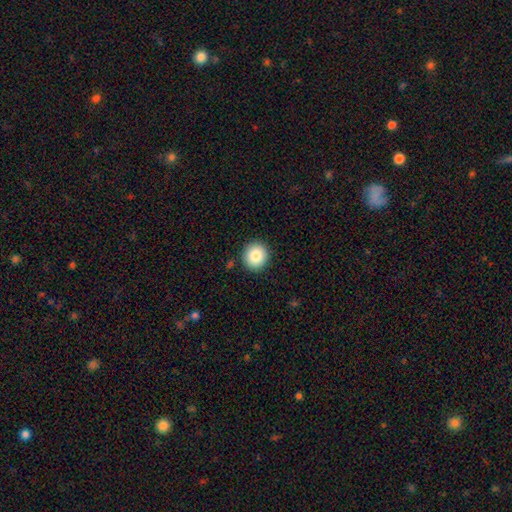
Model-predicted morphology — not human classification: smooth_or_featured: smooth (p=0.85) [alt: star or artifact p=0.09]
how_rounded: round (p=0.90) [alt: in between p=0.09]
merging: none (p=0.91) [alt: minor disturbance p=0.06]